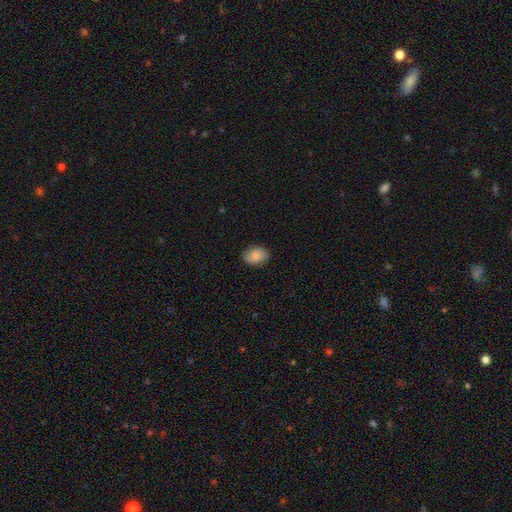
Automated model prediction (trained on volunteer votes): Smooth or featured?
  - smooth: 83% *
  - featured or disk: 9%
  - star or artifact: 8%
How rounded?
  - in between: 75% *
  - round: 24%
  - cigar-shaped: 1%
Merging?
  - none: 85% *
  - minor disturbance: 12%
  - major disturbance: 3%
  - merger: 1%